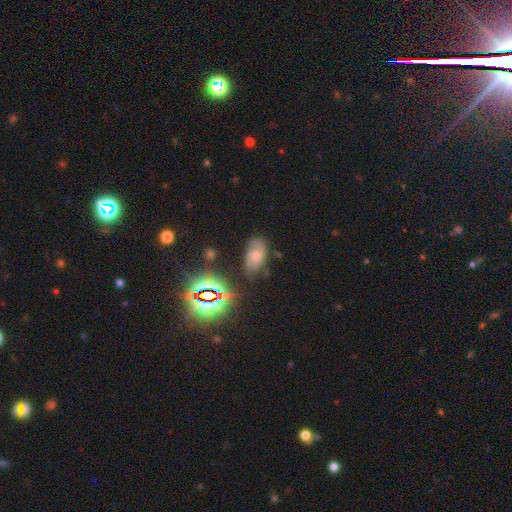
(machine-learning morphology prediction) Smooth or featured?
  - star or artifact: 38% *
  - featured or disk: 33%
  - smooth: 29%